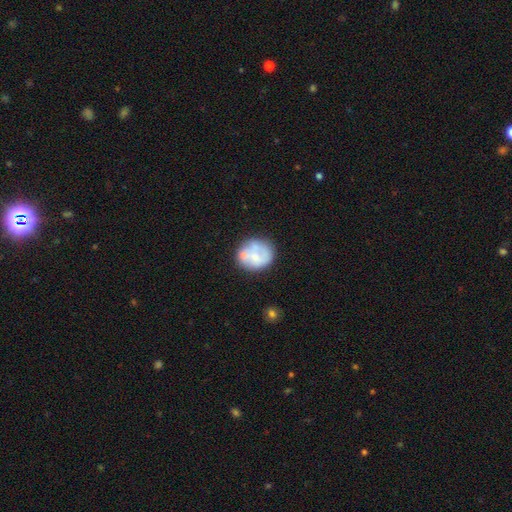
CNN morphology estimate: type=smooth (52%); roundness=round (73%); merging=none (51%).